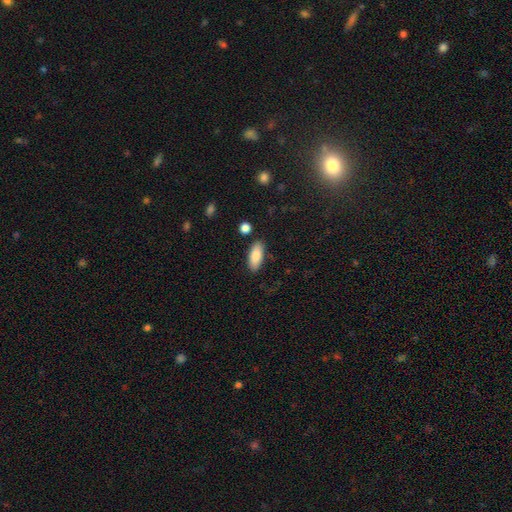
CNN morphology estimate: smooth 85%, featured or disk 8%, star or artifact 6%. Down the decision tree: how rounded — in between (78%); merging — none (85%).